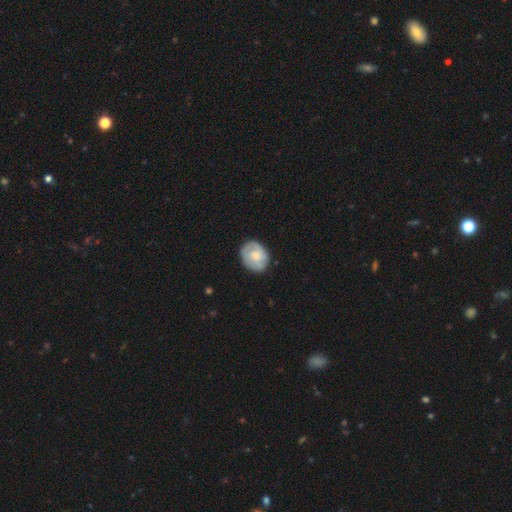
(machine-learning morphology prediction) Q: Smooth or featured?
A: smooth (52%); runner-up: featured or disk (42%)
Q: How rounded?
A: round (50%); runner-up: in between (49%)
Q: Merging?
A: none (74%); runner-up: minor disturbance (20%)